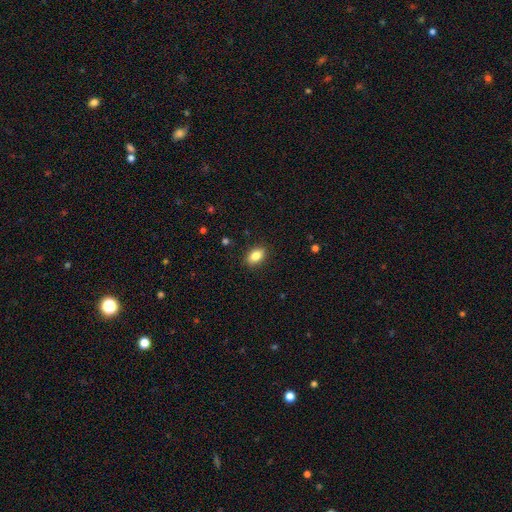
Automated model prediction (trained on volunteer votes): The model was most divided on "how rounded": in between: 87%, round: 10%, cigar-shaped: 3%. More confident: merging — none (88%); smooth or featured — smooth (85%).